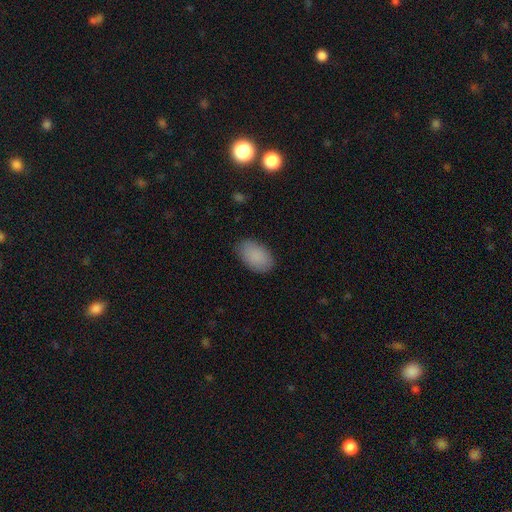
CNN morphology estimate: Q: Smooth or featured?
A: smooth (88%); runner-up: star or artifact (7%)
Q: How rounded?
A: in between (93%); runner-up: round (6%)
Q: Merging?
A: none (83%); runner-up: minor disturbance (13%)